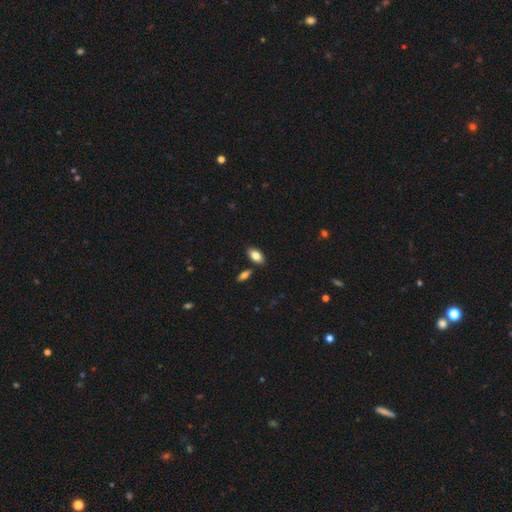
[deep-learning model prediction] Smooth or featured? smooth (84%)
How rounded? in between (92%)
Merging? none (81%)